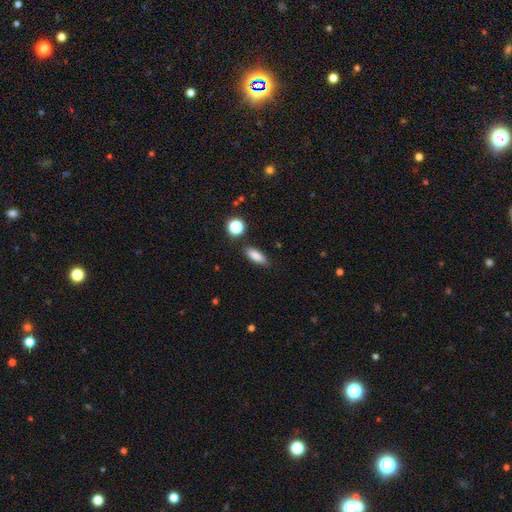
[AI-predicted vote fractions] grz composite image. It shows a smooth galaxy with no disk features (84%) that is in between round and cigar-shaped (66%). Merging: none (84%).